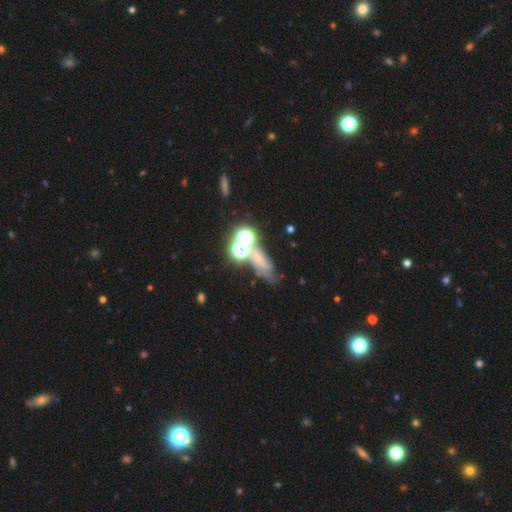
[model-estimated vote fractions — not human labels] star or artifact 41%, smooth 38%, featured or disk 22%.